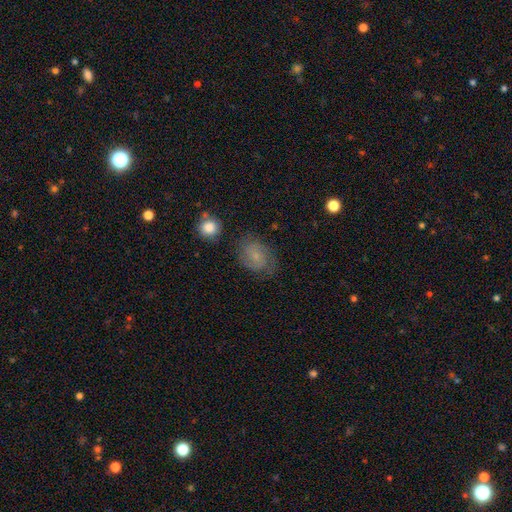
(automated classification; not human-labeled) Smooth or featured? featured or disk (50%)
Merging? none (70%)